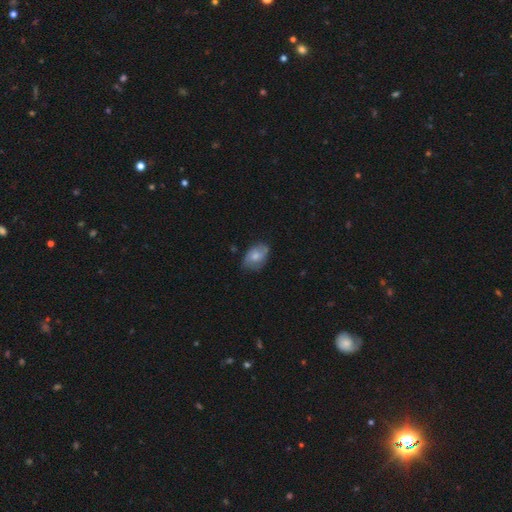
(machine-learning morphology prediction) smooth-or-featured: smooth: 60% | featured or disk: 32% | star or artifact: 8%
  how-rounded: in between: 83% | round: 16% | cigar-shaped: 1%
  merging: none: 61% | minor disturbance: 30% | major disturbance: 7% | merger: 2%